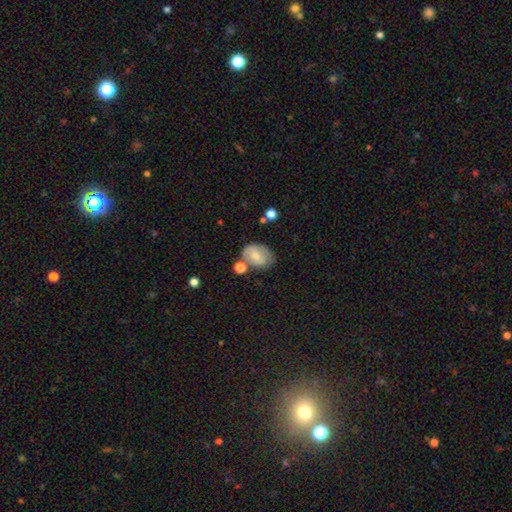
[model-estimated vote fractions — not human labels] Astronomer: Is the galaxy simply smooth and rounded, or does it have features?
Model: smooth — 65%.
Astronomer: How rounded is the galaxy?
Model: in between — 72%.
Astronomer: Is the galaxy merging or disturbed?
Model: none — 59%.